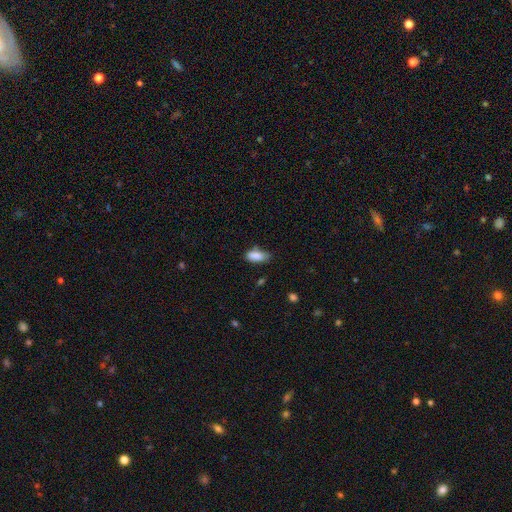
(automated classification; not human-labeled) smooth 85%, featured or disk 7%, star or artifact 7%. Down the decision tree: how rounded — in between (83%); merging — none (60%).